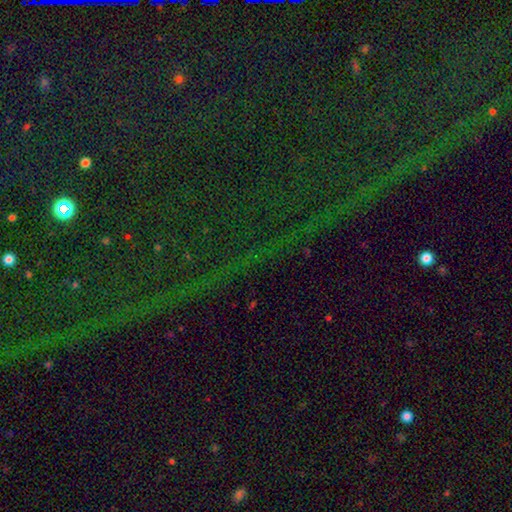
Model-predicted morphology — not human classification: Smooth or featured? Predicted: star or artifact (p=0.83).